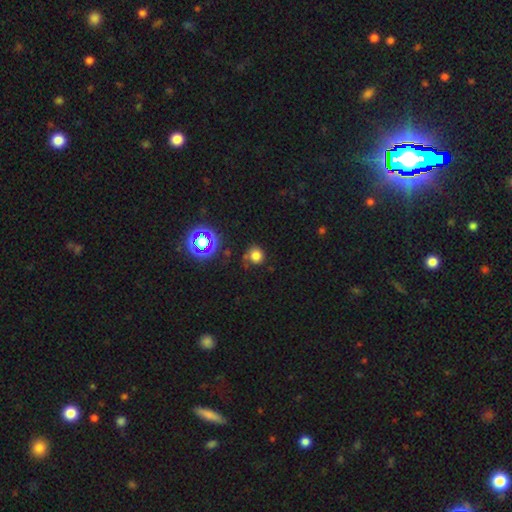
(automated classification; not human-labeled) Q: Smooth or featured?
A: smooth (73%); runner-up: star or artifact (18%)
Q: How rounded?
A: round (87%); runner-up: in between (12%)
Q: Merging?
A: none (68%); runner-up: minor disturbance (19%)